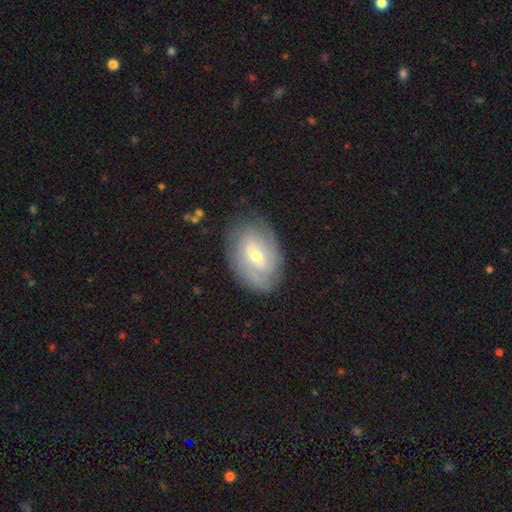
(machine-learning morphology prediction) Smooth or featured? Predicted: featured or disk (p=0.74). Edge-on disk? Predicted: no (p=0.95). Bar? Predicted: weak (p=0.51). Spiral arms? Predicted: yes (p=0.86). Spiral winding? Predicted: tight (p=0.64). Spiral arm count? Predicted: can't tell (p=0.41). Bulge size? Predicted: small (p=0.49). Merging? Predicted: none (p=0.79).